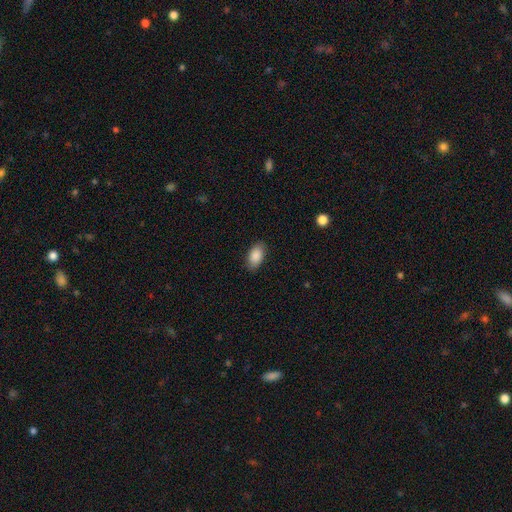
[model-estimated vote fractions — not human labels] smooth_or_featured: smooth (p=0.89) [alt: star or artifact p=0.07]
how_rounded: in between (p=0.93) [alt: round p=0.05]
merging: none (p=0.86) [alt: minor disturbance p=0.10]